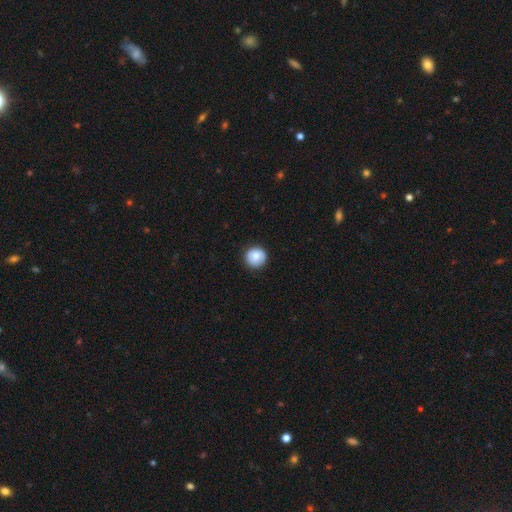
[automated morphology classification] smooth_or_featured: smooth (p=0.77) [alt: featured or disk p=0.14]
how_rounded: round (p=0.95) [alt: in between p=0.04]
merging: none (p=0.89) [alt: minor disturbance p=0.08]